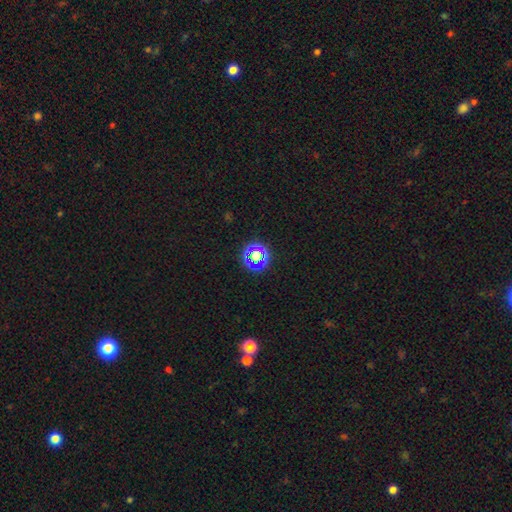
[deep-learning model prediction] smooth-or-featured: star or artifact: 59% | smooth: 30% | featured or disk: 11%